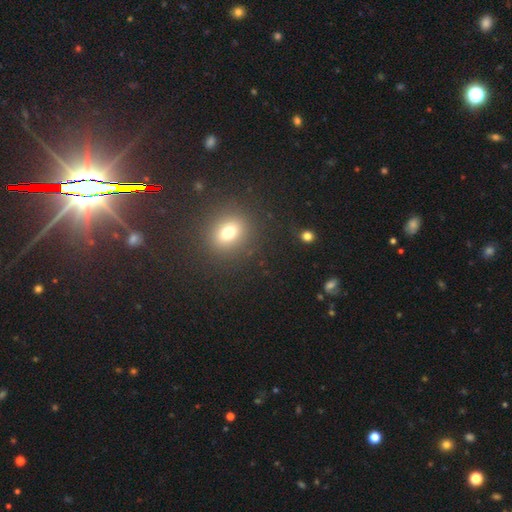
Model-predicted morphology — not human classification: A star or artifact, not a galaxy (47%).

Vote fractions:
- Smooth or featured? star or artifact: 47% / smooth: 40% / featured or disk: 14%